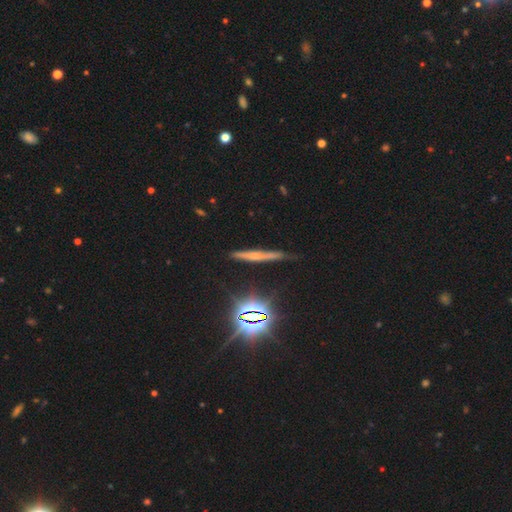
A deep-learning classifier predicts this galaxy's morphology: A featured or disk galaxy (41%).

Vote fractions:
- Smooth or featured? featured or disk: 41% / smooth: 33% / star or artifact: 25%
- Merging? none: 77% / minor disturbance: 17% / major disturbance: 4% / merger: 2%